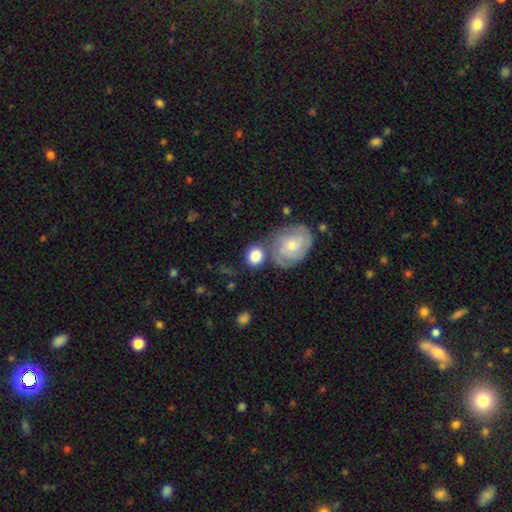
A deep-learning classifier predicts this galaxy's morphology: smooth-or-featured: smooth: 70% | featured or disk: 23% | star or artifact: 7%
  how-rounded: round: 74% | in between: 25% | cigar-shaped: 1%
  merging: none: 56% | merger: 21% | minor disturbance: 15% | major disturbance: 7%